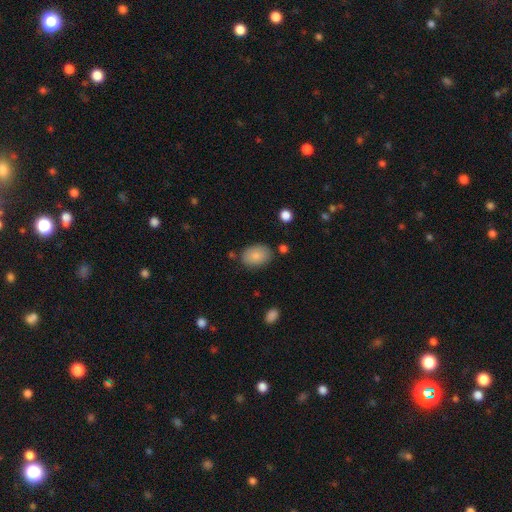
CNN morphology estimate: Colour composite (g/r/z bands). It shows a smooth galaxy with no disk features (84%) that is in between round and cigar-shaped (80%). Merging: none (80%).